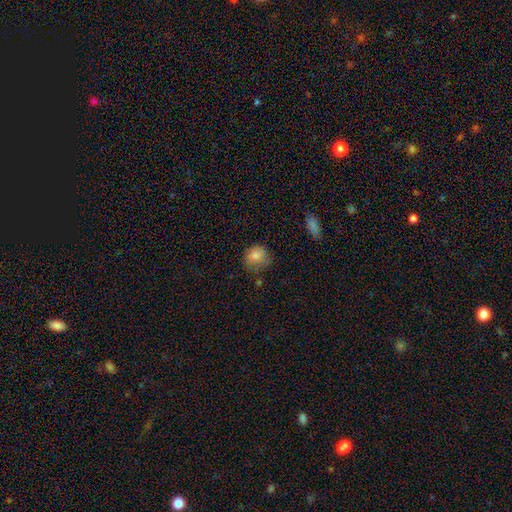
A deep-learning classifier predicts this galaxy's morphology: A smooth galaxy with no disk features (82%) that is round (77%). Merging: none (63%).